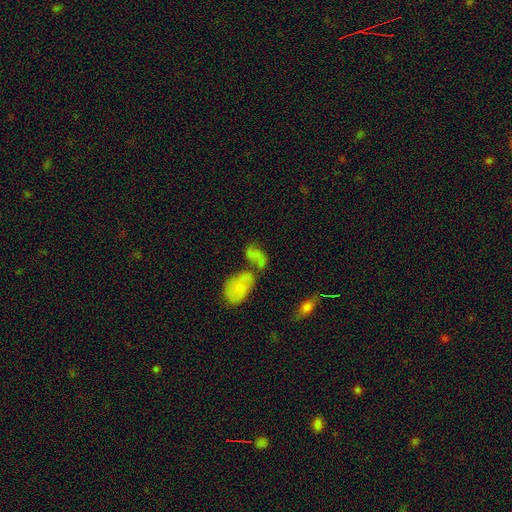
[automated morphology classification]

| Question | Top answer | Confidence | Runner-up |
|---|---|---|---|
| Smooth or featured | smooth | 58% | featured or disk (27%) |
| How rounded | in between | 84% | round (12%) |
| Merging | merger | 56% | none (22%) |